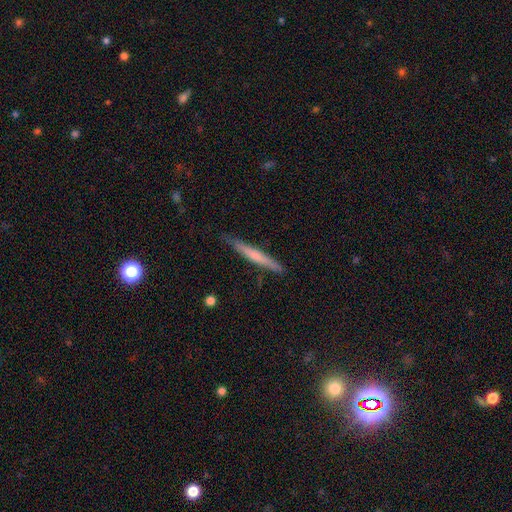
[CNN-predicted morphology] The model was most divided on "smooth or featured": smooth: 52%, featured or disk: 43%, star or artifact: 6%. More confident: how rounded — cigar-shaped (96%); merging — none (84%).